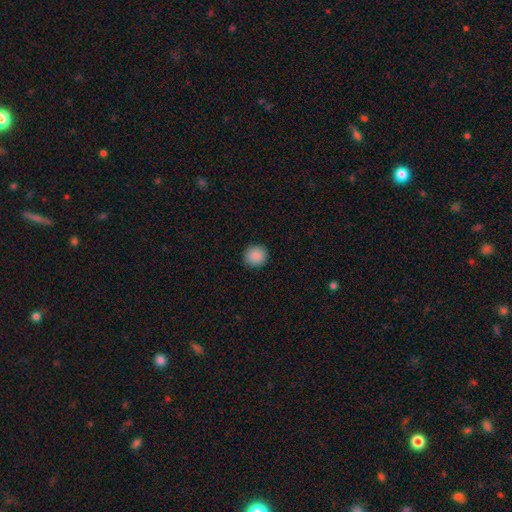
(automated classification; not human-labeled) Q: Smooth or featured?
A: smooth (89%); runner-up: star or artifact (9%)
Q: How rounded?
A: round (92%); runner-up: in between (7%)
Q: Merging?
A: none (91%); runner-up: minor disturbance (6%)